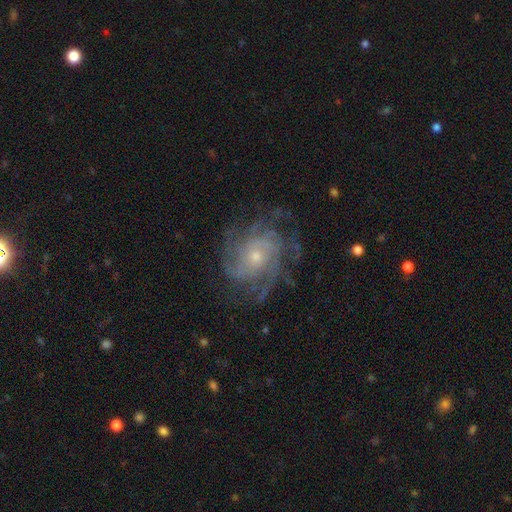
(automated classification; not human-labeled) smooth_or_featured: featured or disk (p=0.86) [alt: smooth p=0.07]
disk_edge_on: no (p=0.97) [alt: yes p=0.03]
bar: no (p=0.77) [alt: weak p=0.20]
has_spiral_arms: yes (p=0.95) [alt: no p=0.05]
spiral_winding: tight (p=0.56) [alt: medium p=0.35]
spiral_arm_count: can't tell (p=0.29) [alt: 4 p=0.25]
bulge_size: small (p=0.63) [alt: moderate p=0.33]
merging: none (p=0.71) [alt: minor disturbance p=0.17]